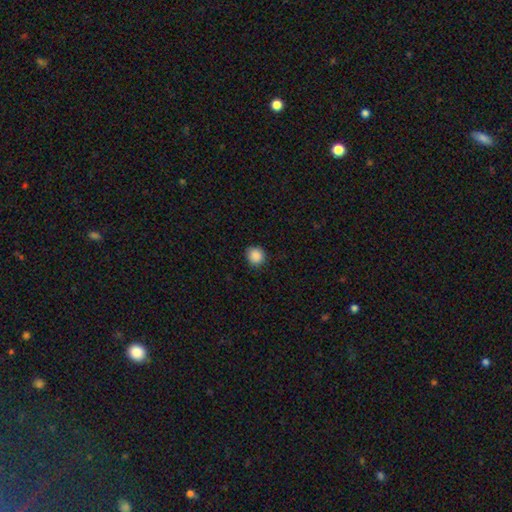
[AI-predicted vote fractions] A smooth galaxy with no disk features (88%) that is round (89%). Merging: none (88%).